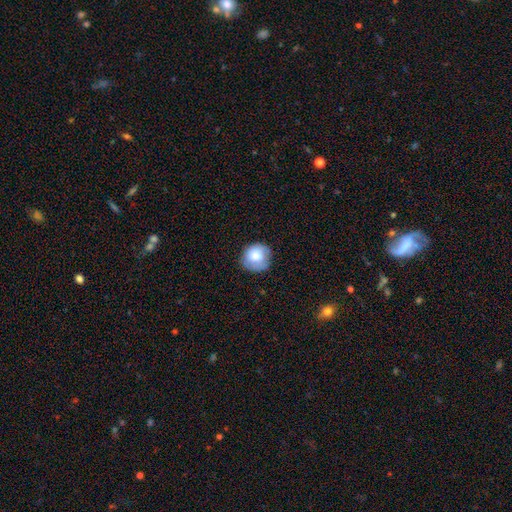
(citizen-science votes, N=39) Smooth or featured? smooth (77%)
How rounded? round (90%)
Merging? none (83%)